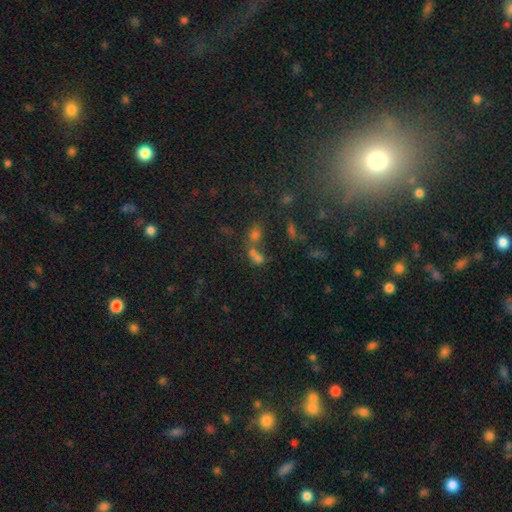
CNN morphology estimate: Smooth or featured? Predicted: smooth (p=0.49). Merging? Predicted: merger (p=0.53).